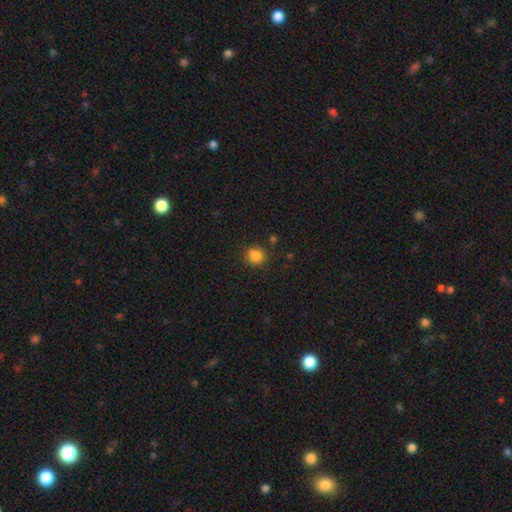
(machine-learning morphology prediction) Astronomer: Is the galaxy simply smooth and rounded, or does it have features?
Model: smooth — 84%.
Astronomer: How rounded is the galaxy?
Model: round — 86%.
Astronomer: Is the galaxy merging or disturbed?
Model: none — 81%.